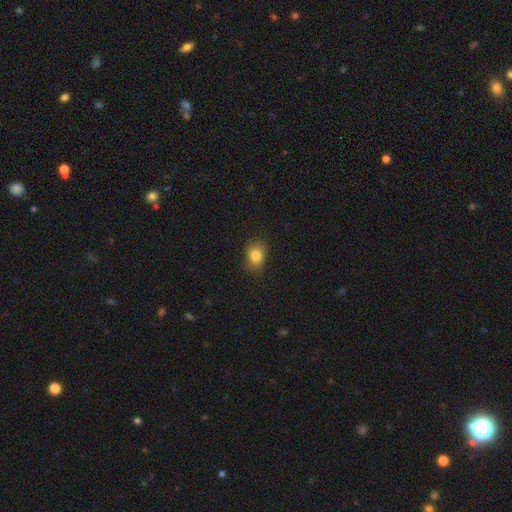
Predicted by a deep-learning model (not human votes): Overall: smooth (83%). How rounded: in between (59%; round 40%). Merging: none (82%).